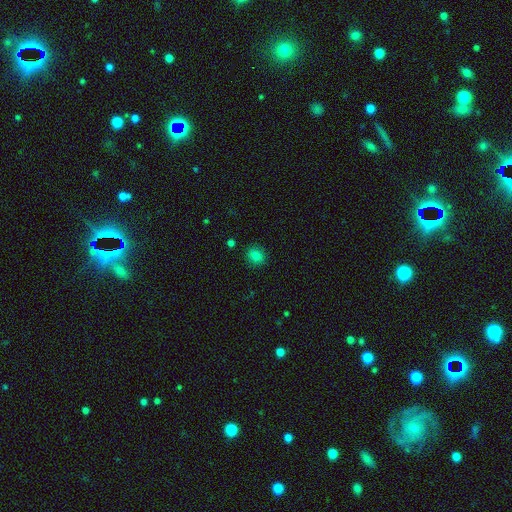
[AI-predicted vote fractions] Overall: smooth (80%). How rounded: round (77%). Merging: none (90%).